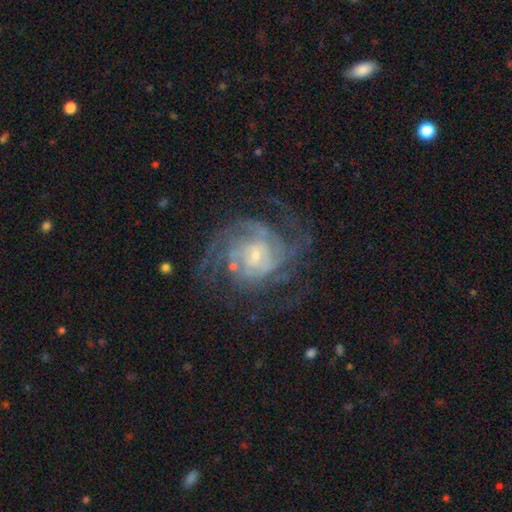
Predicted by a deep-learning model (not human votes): Morphology: type=featured or disk (86%); edge-on=no (98%); bar=no (60%); spiral arms=yes (94%); winding=tight (51%); arm count=can't tell (29%); bulge=small (68%); merging=none (62%).